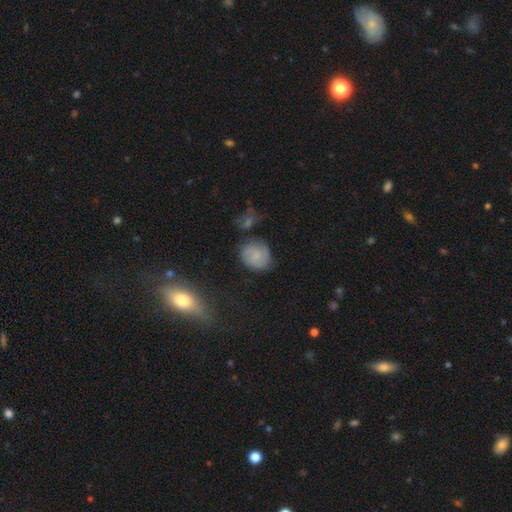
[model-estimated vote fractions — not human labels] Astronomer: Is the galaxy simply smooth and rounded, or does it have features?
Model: smooth — 54% (runner-up: featured or disk, 35%).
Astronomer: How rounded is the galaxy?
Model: round — 71%.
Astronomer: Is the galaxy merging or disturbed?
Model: none — 72%.